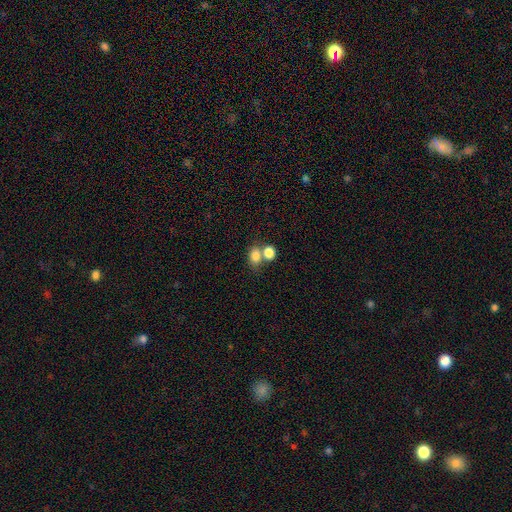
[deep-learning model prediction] Smooth or featured: smooth — 81% (star or artifact — 11%)
How rounded: in between — 58% (round — 41%)
Merging: merger — 48% (none — 39%)